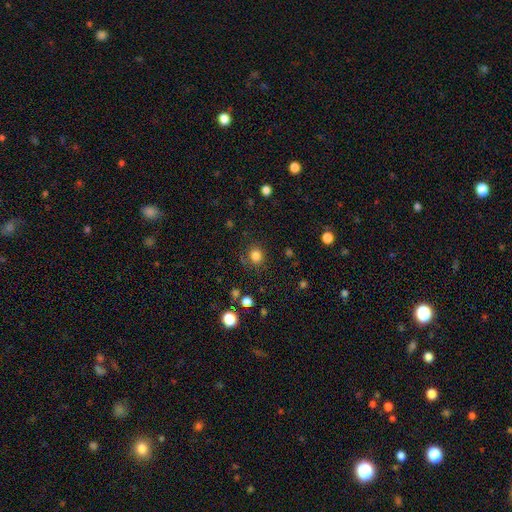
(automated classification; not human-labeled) Smooth or featured: smooth — 82% (star or artifact — 13%)
How rounded: round — 83% (in between — 16%)
Merging: none — 82% (minor disturbance — 11%)